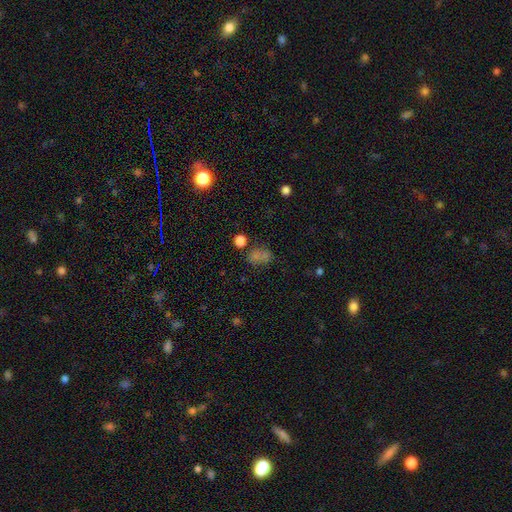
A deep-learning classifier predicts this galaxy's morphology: smooth 58%, star or artifact 30%, featured or disk 12%. Down the decision tree: how rounded — in between (68%); merging — none (57%).